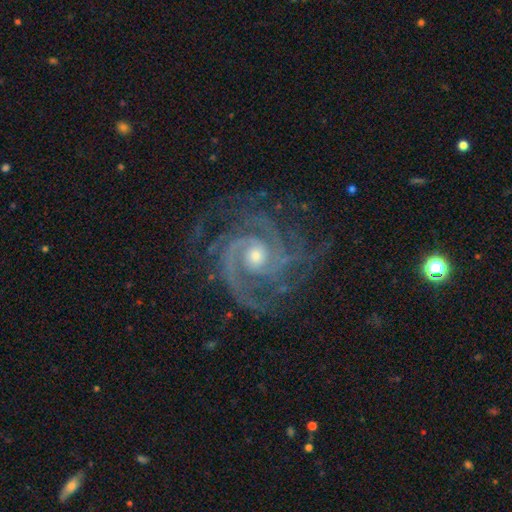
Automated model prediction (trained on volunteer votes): Smooth or featured? Predicted: featured or disk (p=0.92). Edge-on disk? Predicted: no (p=0.98). Bar? Predicted: no (p=0.58). Spiral arms? Predicted: yes (p=0.99). Spiral winding? Predicted: tight (p=0.64). Spiral arm count? Predicted: 3 (p=0.33). Bulge size? Predicted: moderate (p=0.53). Merging? Predicted: none (p=0.75).